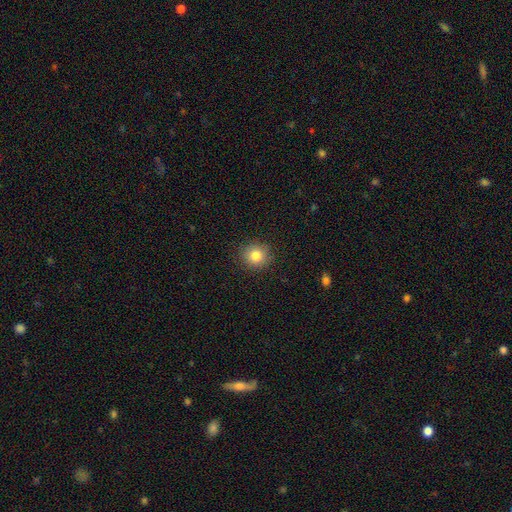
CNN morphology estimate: type=smooth (82%); roundness=round (90%); merging=none (90%).